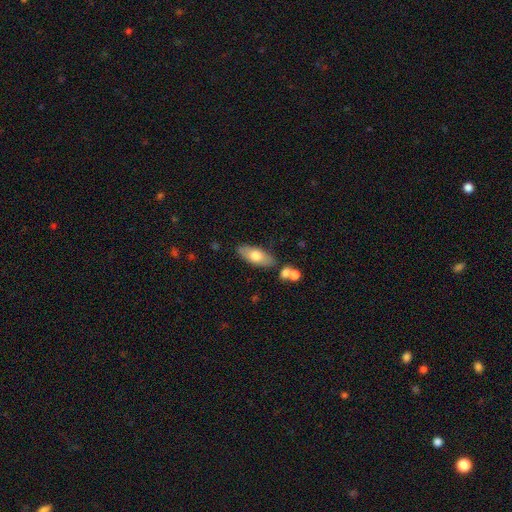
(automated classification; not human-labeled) smooth-or-featured: smooth: 67% | featured or disk: 27% | star or artifact: 6%
  how-rounded: in between: 78% | cigar-shaped: 19% | round: 3%
  merging: none: 79% | minor disturbance: 12% | merger: 7% | major disturbance: 3%